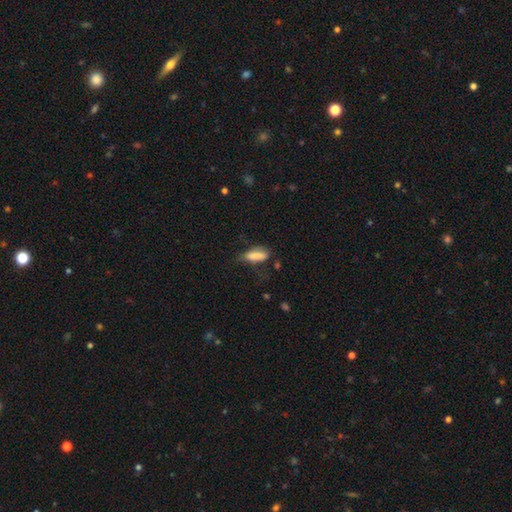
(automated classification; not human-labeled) Smooth or featured? smooth (76%)
How rounded? in between (62%)
Merging? none (48%)